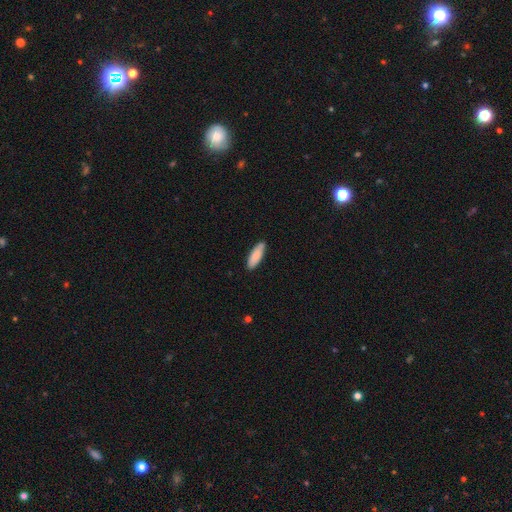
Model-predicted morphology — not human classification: This appears to be a smooth galaxy with no disk features (86%) that is in between round and cigar-shaped (56%). Merging: none (84%).